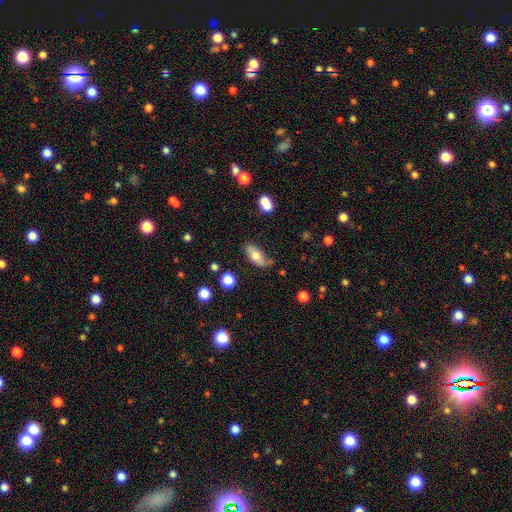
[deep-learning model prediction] A smooth galaxy with no disk features (62%) that is in between round and cigar-shaped (86%).

Vote fractions:
- Smooth or featured? smooth: 62% / featured or disk: 30% / star or artifact: 8%
- How rounded? in between: 86% / cigar-shaped: 9% / round: 4%
- Merging? none: 58% / minor disturbance: 29% / major disturbance: 8% / merger: 4%